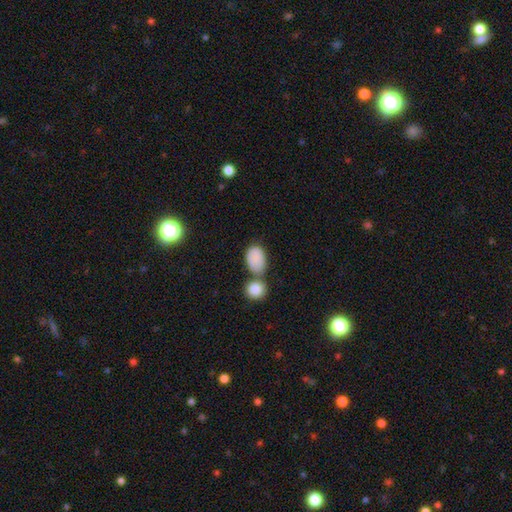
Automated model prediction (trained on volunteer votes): smooth_or_featured: smooth (p=0.86) [alt: star or artifact p=0.08]
how_rounded: in between (p=0.83) [alt: round p=0.16]
merging: none (p=0.45) [alt: merger p=0.31]